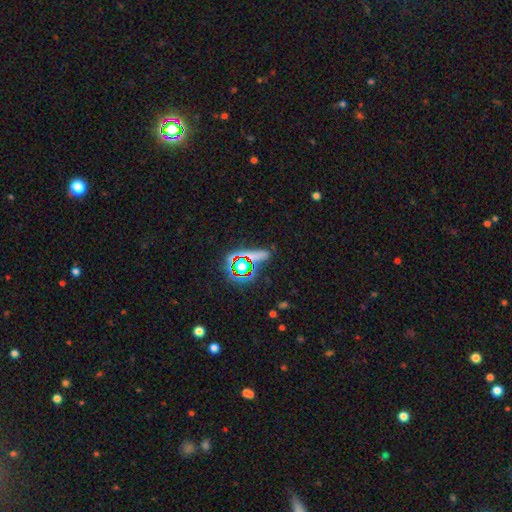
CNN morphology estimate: Smooth or featured? Predicted: star or artifact (p=0.48).